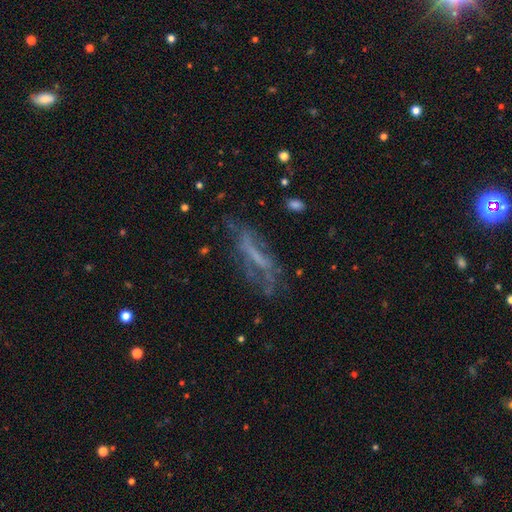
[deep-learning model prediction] Smooth or featured: featured or disk — 57% (smooth — 29%)
Edge-on disk: no — 66% (yes — 34%)
Merging: none — 52% (minor disturbance — 23%)